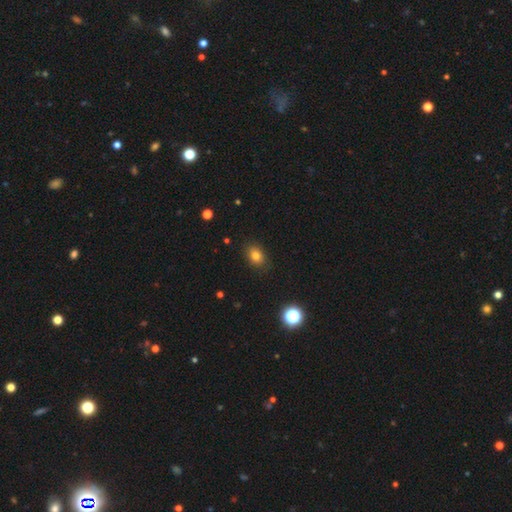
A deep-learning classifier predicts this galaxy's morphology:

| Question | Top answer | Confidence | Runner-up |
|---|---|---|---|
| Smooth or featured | smooth | 79% | star or artifact (13%) |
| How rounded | in between | 62% | round (37%) |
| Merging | none | 86% | minor disturbance (10%) |